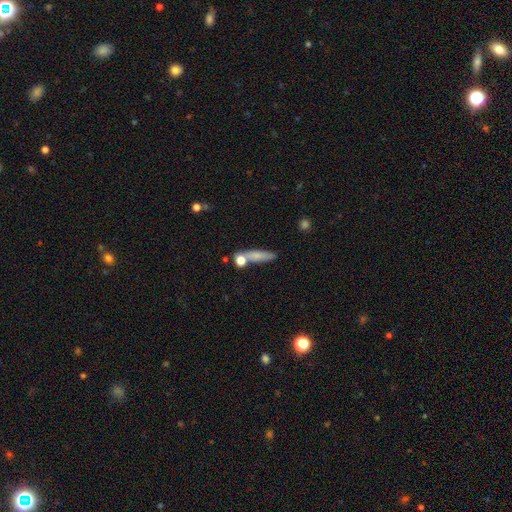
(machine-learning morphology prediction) A smooth galaxy with no disk features (74%) that is cigar-shaped (69%). Merging: none (67%).